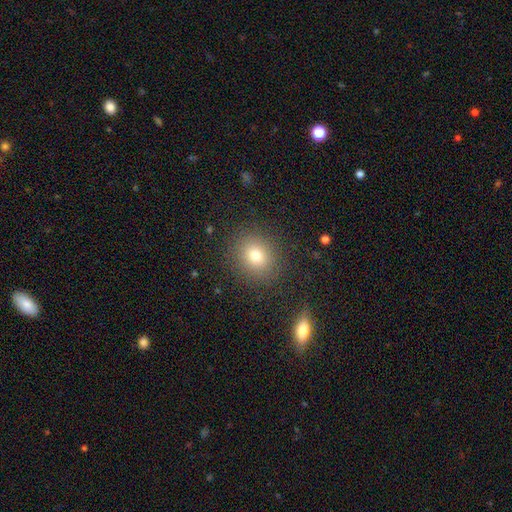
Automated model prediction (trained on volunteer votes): smooth 75%, star or artifact 14%, featured or disk 10%. Down the decision tree: how rounded — round (77%); merging — none (87%).